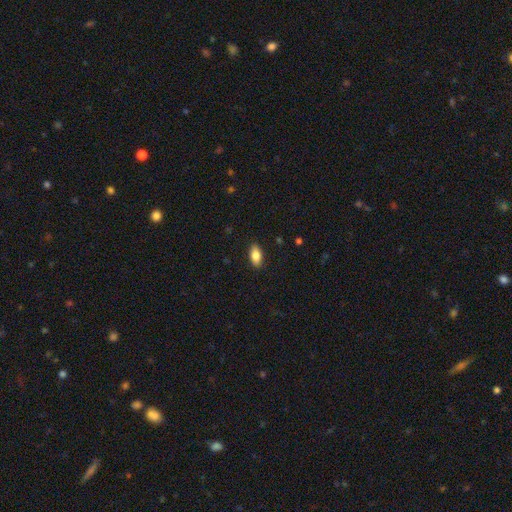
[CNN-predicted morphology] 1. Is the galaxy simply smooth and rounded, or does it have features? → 83% smooth, 10% featured or disk, 7% star or artifact.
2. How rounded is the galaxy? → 90% in between, 6% cigar-shaped, 4% round.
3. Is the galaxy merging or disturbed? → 89% none, 8% minor disturbance, 2% major disturbance, 1% merger.